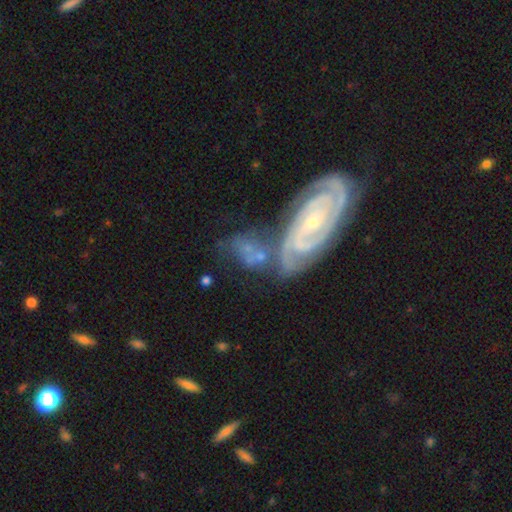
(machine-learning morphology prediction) This appears to be a featured or disk galaxy (62%) with no bar (61%), spiral arms (78%) and a small central bulge (63%). Merging: merger (35%).